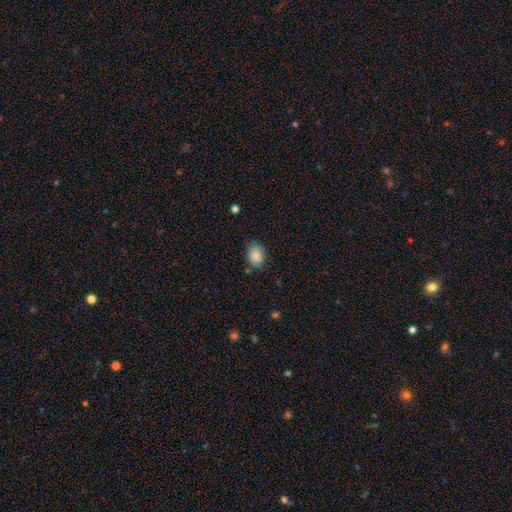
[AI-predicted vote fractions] Smooth or featured? smooth (87%)
How rounded? in between (63%)
Merging? none (73%)